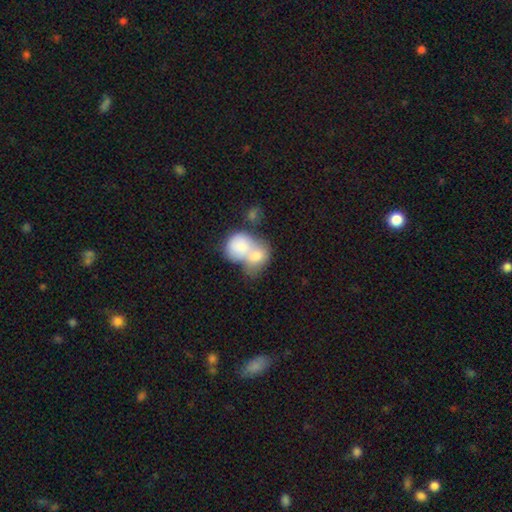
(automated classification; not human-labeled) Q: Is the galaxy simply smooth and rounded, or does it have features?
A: smooth — 75%.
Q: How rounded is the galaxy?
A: in between — 49%, tied with round.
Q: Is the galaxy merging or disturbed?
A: merger — 79%.